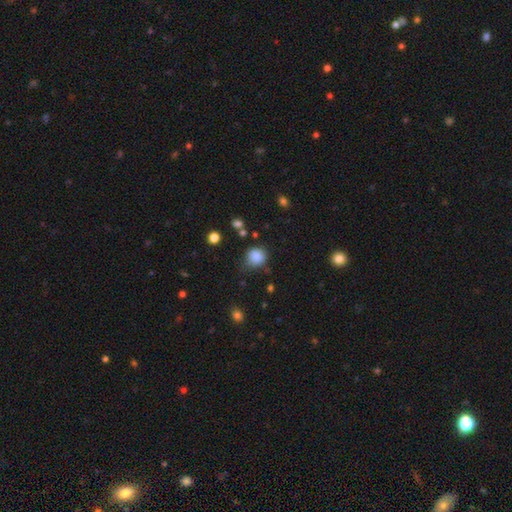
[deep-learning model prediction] Q: Smooth or featured?
A: smooth (85%); runner-up: star or artifact (11%)
Q: How rounded?
A: round (82%); runner-up: in between (17%)
Q: Merging?
A: none (66%); runner-up: minor disturbance (24%)